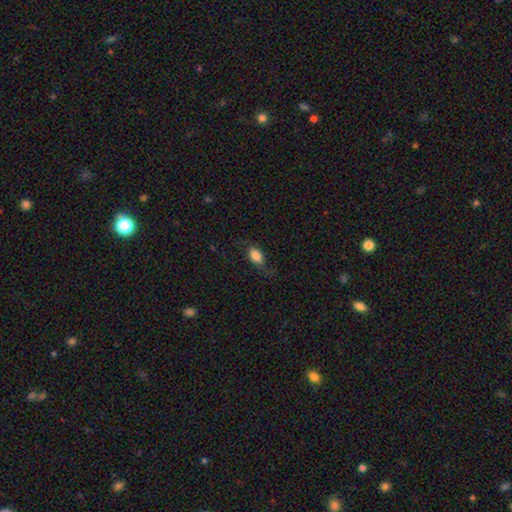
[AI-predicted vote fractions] Smooth or featured? smooth (76%)
How rounded? in between (88%)
Merging? none (63%)